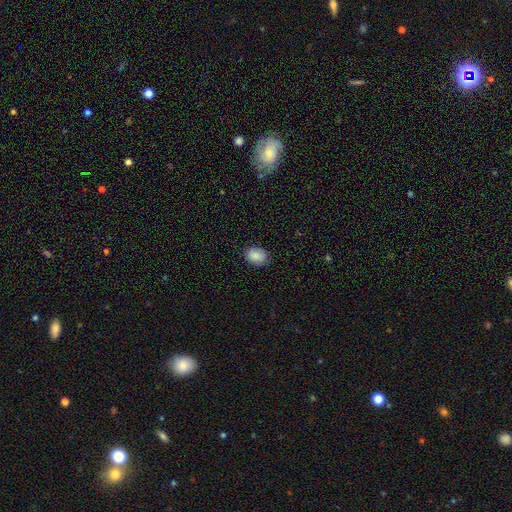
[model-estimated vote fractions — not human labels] Smooth or featured: smooth — 88% (star or artifact — 7%)
How rounded: in between — 69% (round — 30%)
Merging: none — 86% (minor disturbance — 11%)